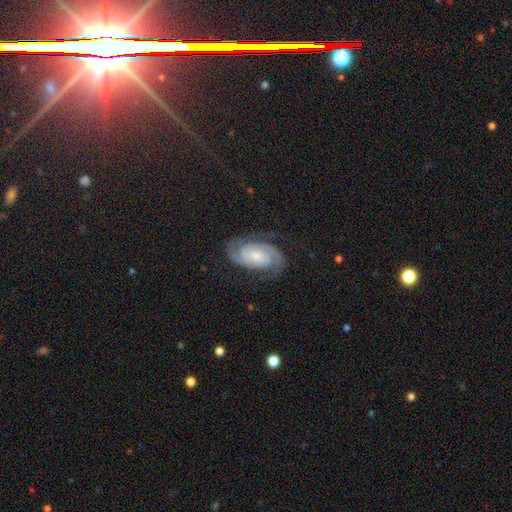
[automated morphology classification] This appears to be a featured or disk galaxy (86%) with no bar (55%), 2 (90%) tight (68%) spiral arms (98%) and a small central bulge (49%). Merging: none (81%).